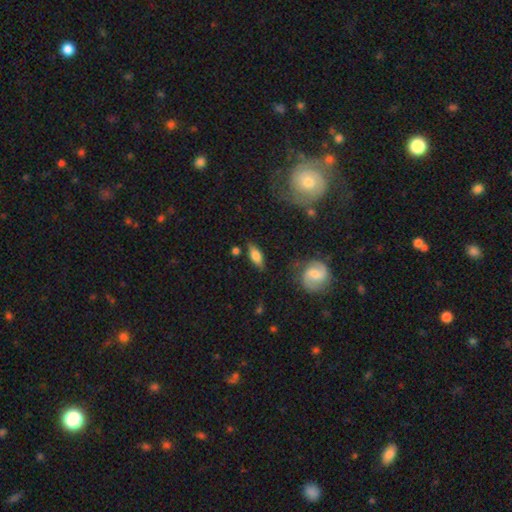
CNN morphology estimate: This is likely a smooth galaxy (67%). How rounded: likely in between (73%). Merging: likely none (75%).